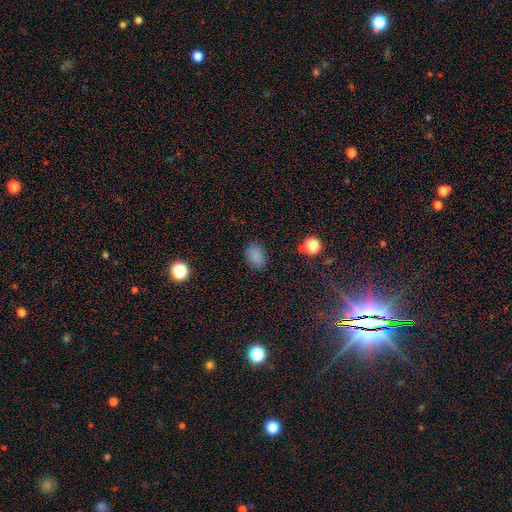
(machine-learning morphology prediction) Smooth or featured? smooth (81%)
How rounded? in between (71%)
Merging? none (82%)